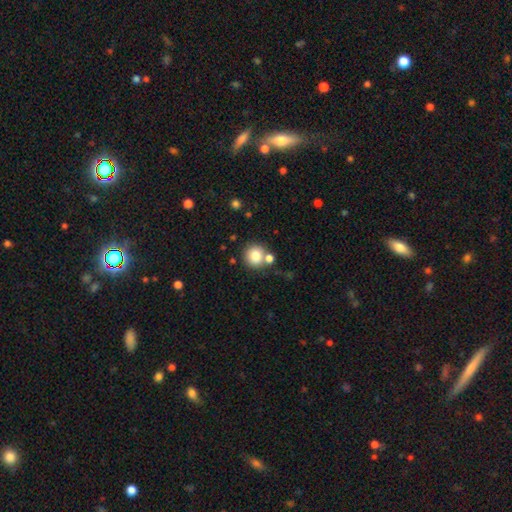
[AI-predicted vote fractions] A smooth galaxy with no disk features (80%) that is round (91%).

Vote fractions:
- Smooth or featured? smooth: 80% / star or artifact: 10% / featured or disk: 9%
- How rounded? round: 91% / in between: 8% / cigar-shaped: 1%
- Merging? none: 68% / merger: 20% / minor disturbance: 9% / major disturbance: 3%